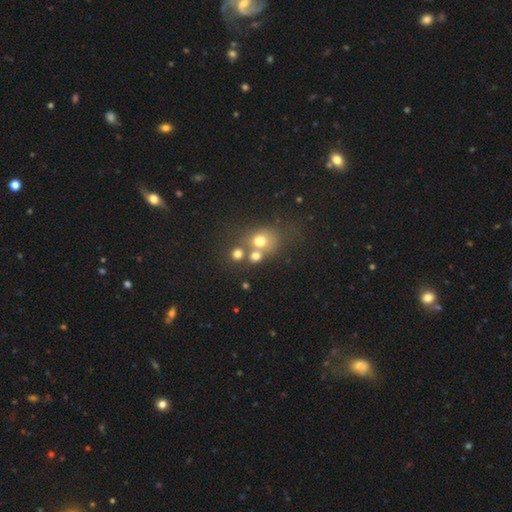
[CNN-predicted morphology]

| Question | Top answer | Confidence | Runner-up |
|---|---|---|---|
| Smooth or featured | smooth | 68% | star or artifact (17%) |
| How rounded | round | 72% | in between (27%) |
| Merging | none | 45% | merger (40%) |